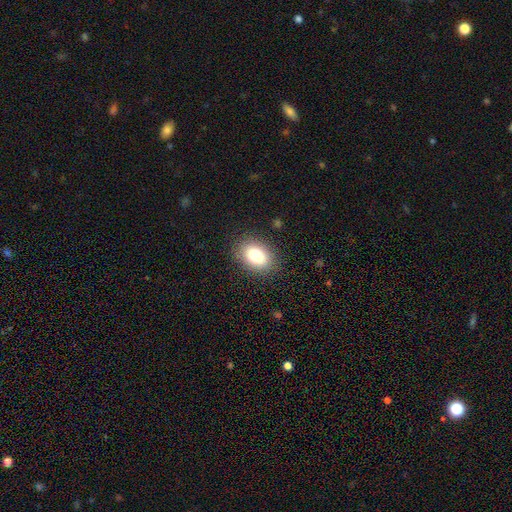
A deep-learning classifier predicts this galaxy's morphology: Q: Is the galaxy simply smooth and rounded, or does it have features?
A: smooth — 84%.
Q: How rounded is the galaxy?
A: in between — 81%.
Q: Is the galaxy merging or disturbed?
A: none — 85%.